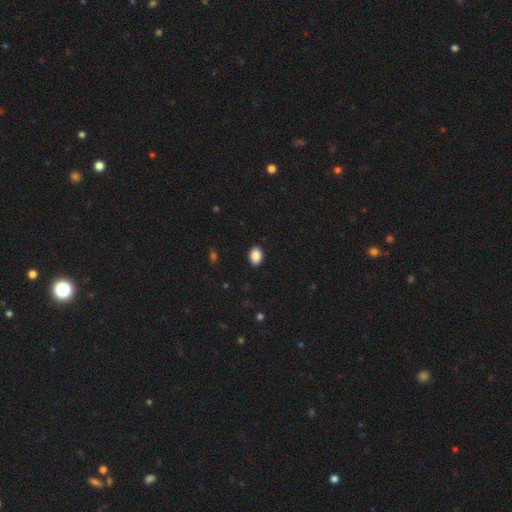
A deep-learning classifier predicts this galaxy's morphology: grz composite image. It shows a smooth galaxy with no disk features (89%) that is in between round and cigar-shaped (83%). Merging: none (89%).